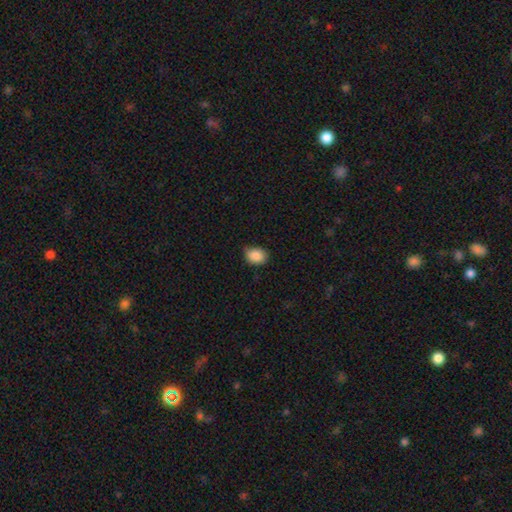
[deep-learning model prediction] A smooth galaxy with no disk features (89%) that is in between round and cigar-shaped (62%). Merging: none (72%).